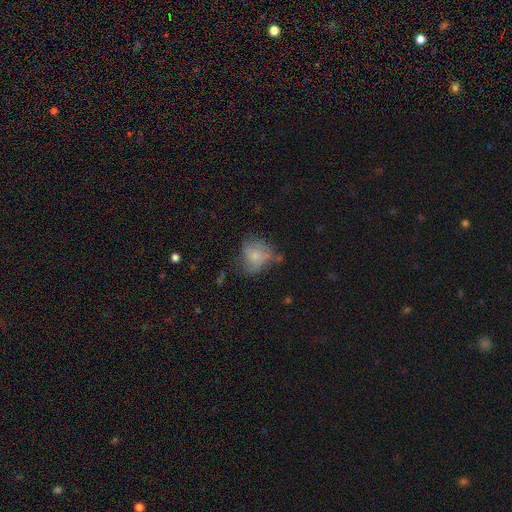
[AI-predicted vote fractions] Smooth or featured? Predicted: smooth (p=0.59). How rounded? Predicted: round (p=0.61). Merging? Predicted: none (p=0.41).